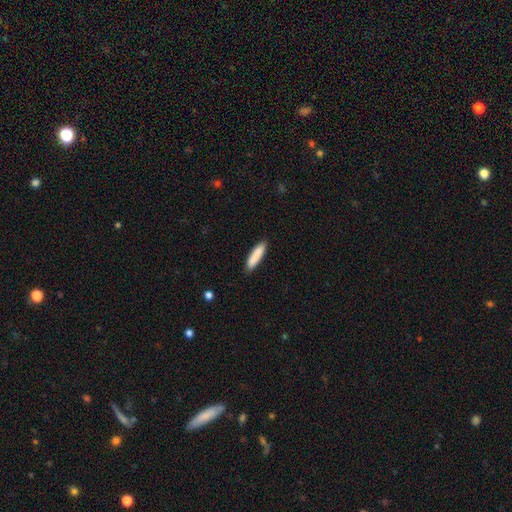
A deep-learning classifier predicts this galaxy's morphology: The model was most divided on "how rounded": cigar-shaped: 80%, in between: 19%, round: 1%. More confident: merging — none (88%); smooth or featured — smooth (86%).